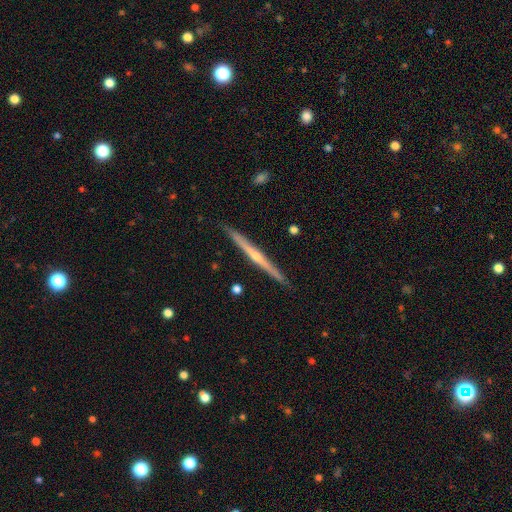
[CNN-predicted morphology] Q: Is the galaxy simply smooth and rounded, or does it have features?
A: featured or disk — 79%.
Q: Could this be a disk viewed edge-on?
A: yes — 98%.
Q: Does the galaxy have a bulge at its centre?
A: rounded — 76%.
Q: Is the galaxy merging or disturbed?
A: none — 91%.